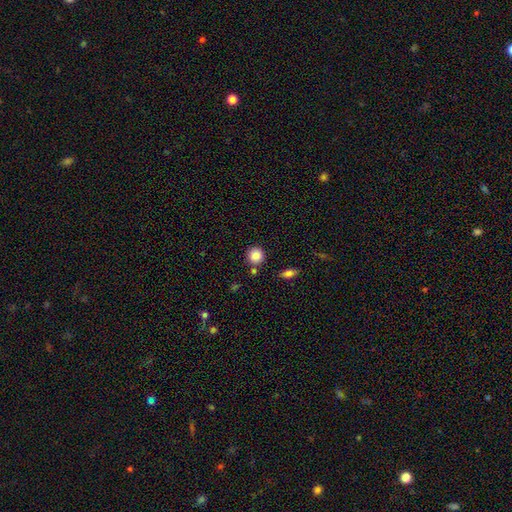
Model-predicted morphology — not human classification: smooth_or_featured: smooth (p=0.87) [alt: star or artifact p=0.09]
how_rounded: round (p=0.92) [alt: in between p=0.07]
merging: none (p=0.82) [alt: minor disturbance p=0.08]